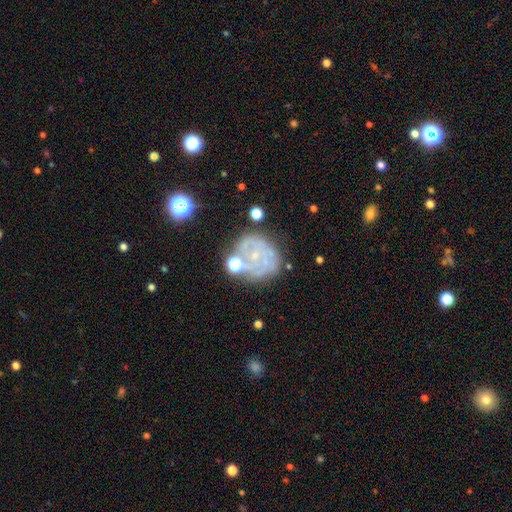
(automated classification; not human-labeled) Q: Smooth or featured?
A: featured or disk (60%); runner-up: smooth (25%)
Q: Edge-on disk?
A: no (97%); runner-up: yes (3%)
Q: Bar?
A: no (80%); runner-up: weak (15%)
Q: Spiral arms?
A: yes (59%); runner-up: no (41%)
Q: Bulge size?
A: small (74%); runner-up: moderate (13%)
Q: Merging?
A: none (59%); runner-up: minor disturbance (19%)